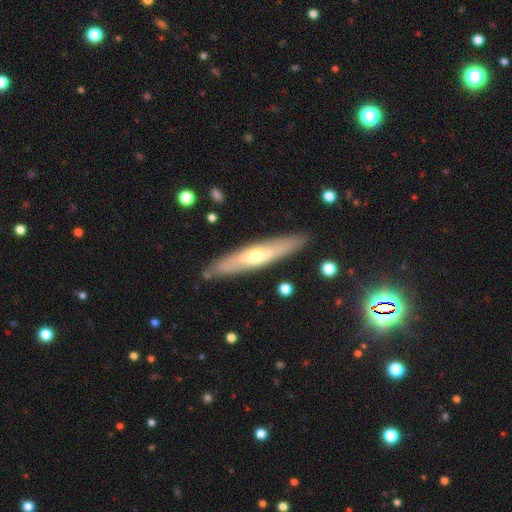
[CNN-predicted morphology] type=featured or disk (54%); edge-on=yes (73%); merging=none (86%).